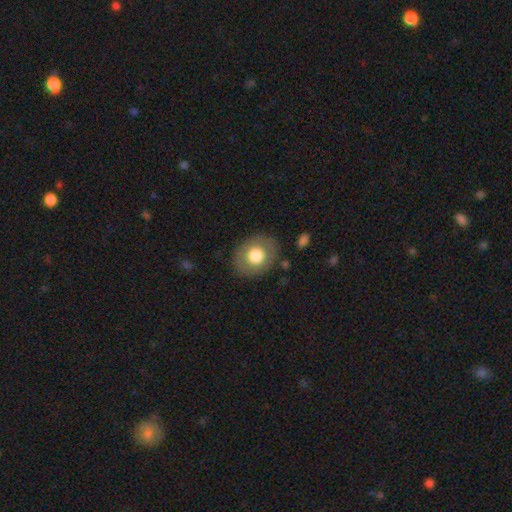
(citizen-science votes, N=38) Volunteers were most divided on "smooth or featured": smooth: 63%, featured or disk: 32%, star or artifact: 5%. More confident: how rounded — round (75%); merging — none (72%).